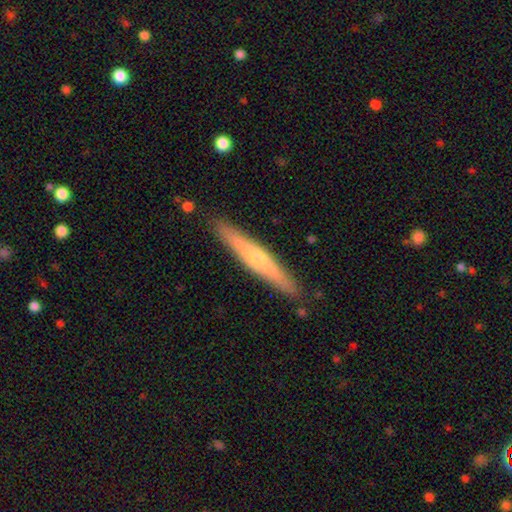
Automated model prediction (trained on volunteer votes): featured or disk 59%, smooth 34%, star or artifact 8%. Down the decision tree: edge-on disk — yes (92%); edge-on bulge — rounded (75%); merging — none (87%).